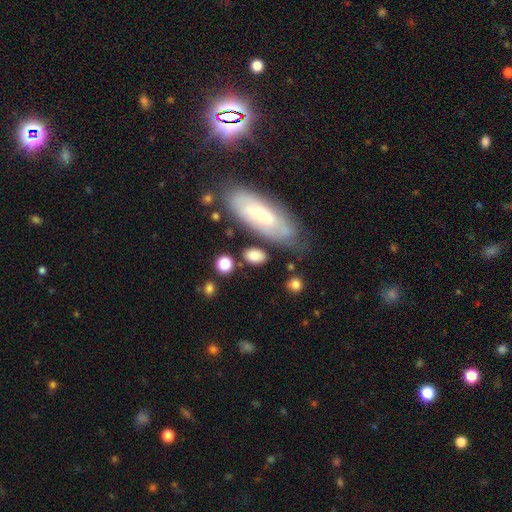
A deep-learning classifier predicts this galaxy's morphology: Q: Smooth or featured?
A: smooth (79%); runner-up: featured or disk (14%)
Q: How rounded?
A: in between (80%); runner-up: round (14%)
Q: Merging?
A: none (69%); runner-up: minor disturbance (17%)